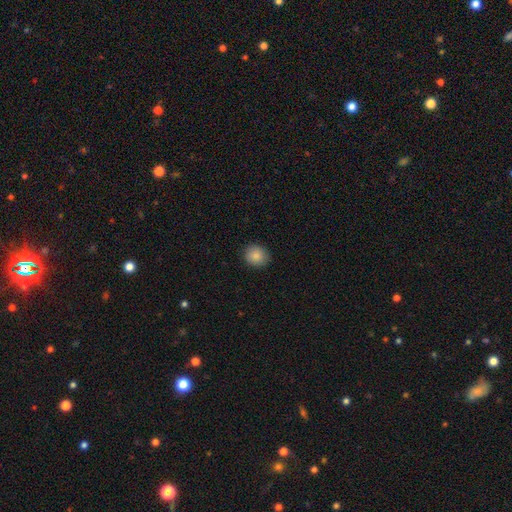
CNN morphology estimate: Smooth or featured? Predicted: smooth (p=0.88). How rounded? Predicted: round (p=0.80). Merging? Predicted: none (p=0.88).